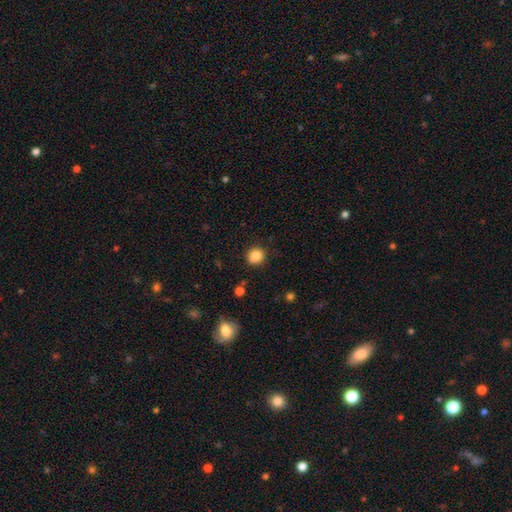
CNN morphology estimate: The model was most divided on "smooth or featured": smooth: 85%, star or artifact: 11%, featured or disk: 4%. More confident: how rounded — round (89%); merging — none (88%).